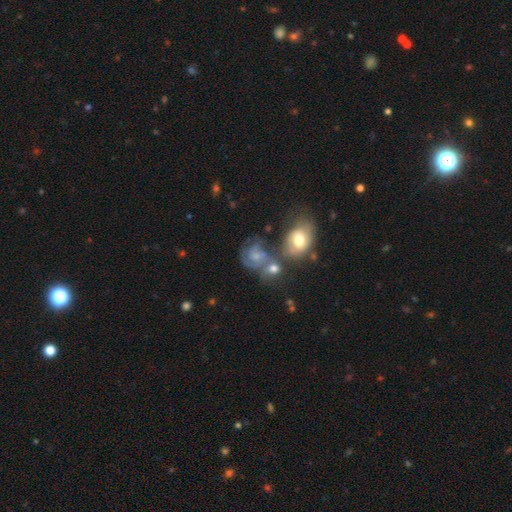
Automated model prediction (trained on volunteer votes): A featured or disk galaxy (60%) with no bar (69%), spiral arms (85%) and a moderate central bulge (40%).

Vote fractions:
- Smooth or featured? featured or disk: 60% / smooth: 29% / star or artifact: 11%
- Edge-on disk? no: 97% / yes: 3%
- Bar? no: 69% / weak: 27% / strong: 5%
- Spiral arms? yes: 85% / no: 15%
- Bulge size? moderate: 40% / small: 39% / none: 13% / large: 6% / dominant: 2%
- Merging? none: 38% / merger: 32% / minor disturbance: 17% / major disturbance: 14%